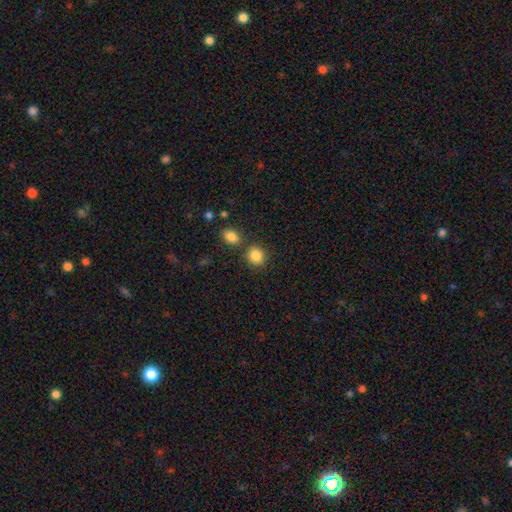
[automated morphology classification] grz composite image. It shows a smooth galaxy with no disk features (86%) that is round (75%). Merging: none (75%).